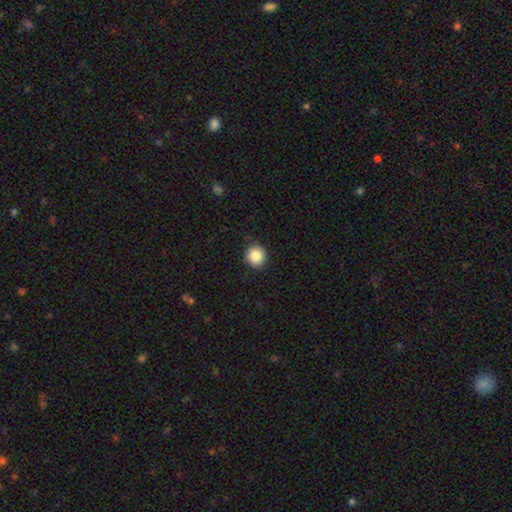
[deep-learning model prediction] The model was most divided on "smooth or featured": smooth: 87%, star or artifact: 9%, featured or disk: 4%. More confident: how rounded — round (94%); merging — none (91%).